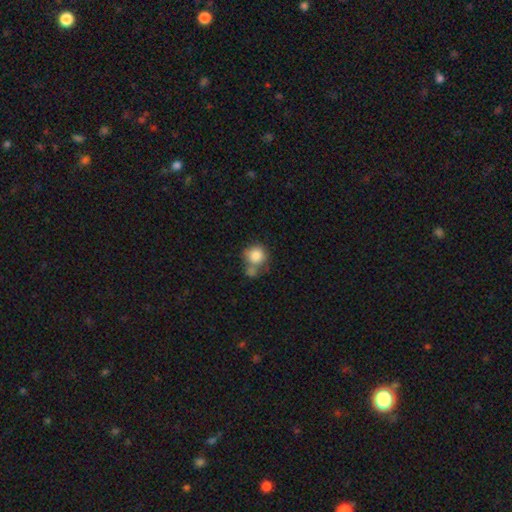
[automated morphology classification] smooth 83%, star or artifact 9%, featured or disk 8%. Down the decision tree: how rounded — round (86%); merging — none (43%).